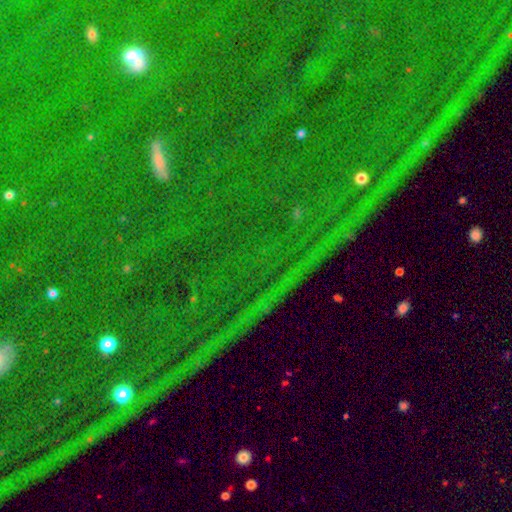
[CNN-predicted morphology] Q: Smooth or featured?
A: star or artifact (83%); runner-up: smooth (9%)